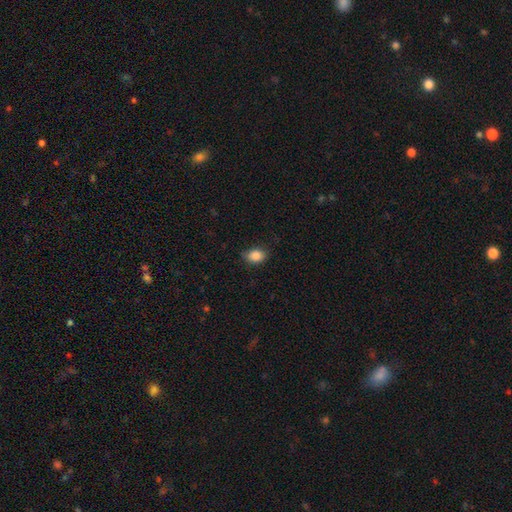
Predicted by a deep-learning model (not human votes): Smooth or featured: smooth — 87% (star or artifact — 9%)
How rounded: in between — 70% (round — 29%)
Merging: none — 79% (minor disturbance — 17%)